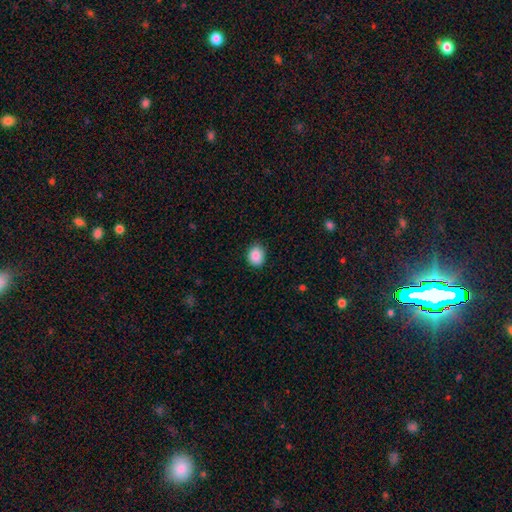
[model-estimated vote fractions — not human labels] smooth_or_featured: smooth (p=0.88) [alt: star or artifact p=0.08]
how_rounded: round (p=0.53) [alt: in between p=0.46]
merging: none (p=0.84) [alt: minor disturbance p=0.13]